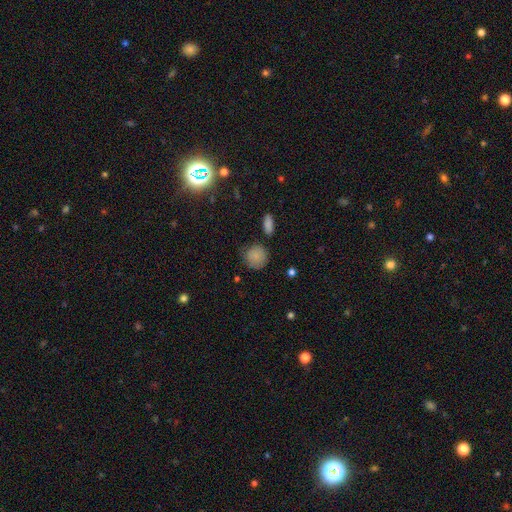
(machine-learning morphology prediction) This is clearly a smooth galaxy (84%). How rounded: clearly round (87%). Merging: likely none (73%).